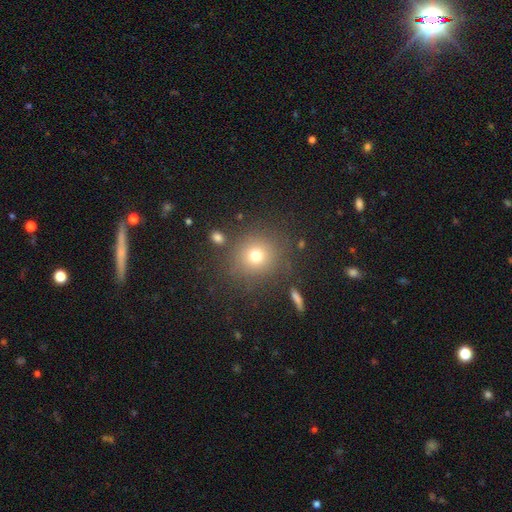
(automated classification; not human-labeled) A smooth galaxy with no disk features (73%) that is round (89%). Merging: none (83%).